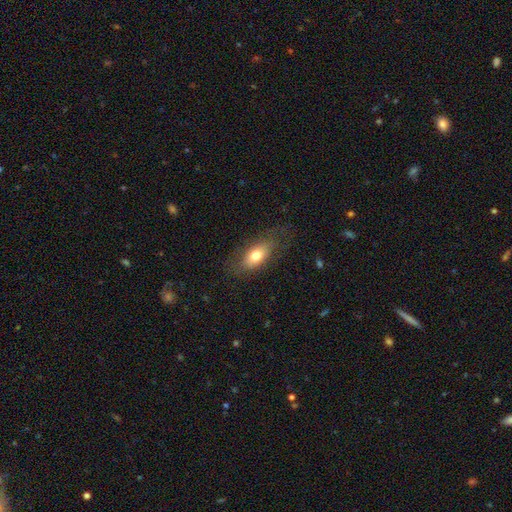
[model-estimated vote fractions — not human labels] smooth_or_featured: smooth (p=0.70) [alt: featured or disk p=0.22]
how_rounded: in between (p=0.84) [alt: cigar-shaped p=0.10]
merging: none (p=0.70) [alt: minor disturbance p=0.19]